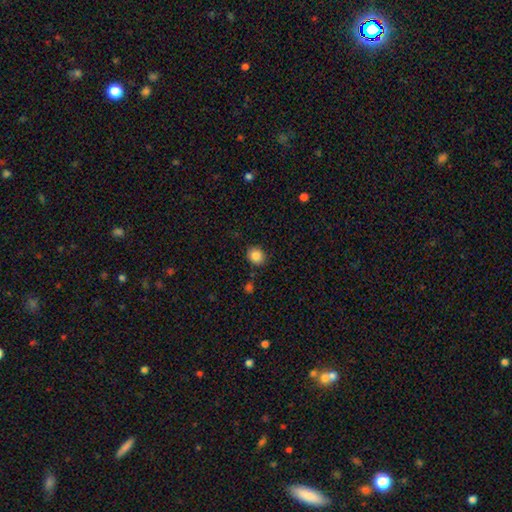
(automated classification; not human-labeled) A smooth galaxy with no disk features (85%) that is round (72%).

Vote fractions:
- Smooth or featured? smooth: 85% / star or artifact: 10% / featured or disk: 5%
- How rounded? round: 72% / in between: 27% / cigar-shaped: 1%
- Merging? none: 87% / minor disturbance: 9% / major disturbance: 2% / merger: 2%